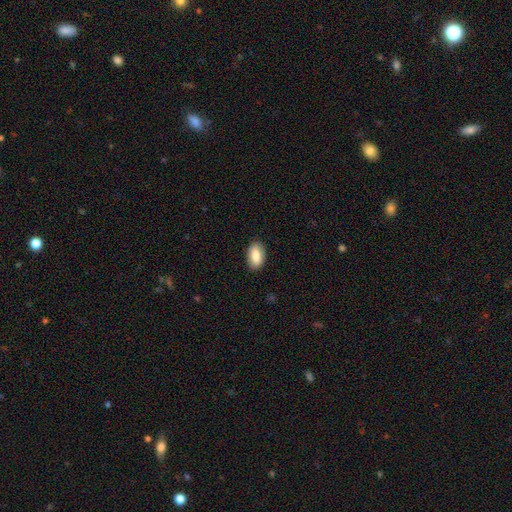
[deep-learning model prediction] Overall: smooth (83%). How rounded: in between (92%). Merging: none (88%).